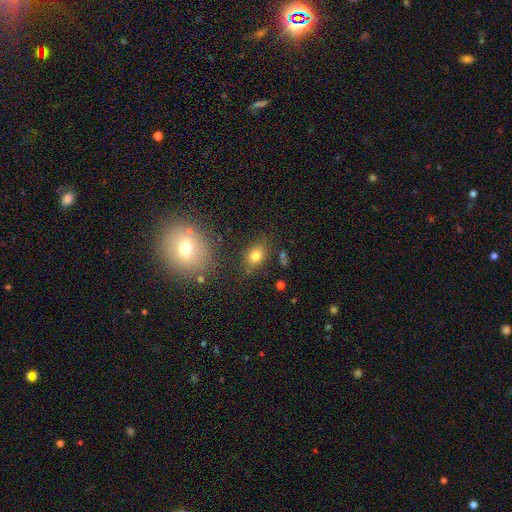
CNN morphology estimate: Smooth or featured? Predicted: smooth (p=0.76). How rounded? Predicted: in between (p=0.67). Merging? Predicted: none (p=0.77).